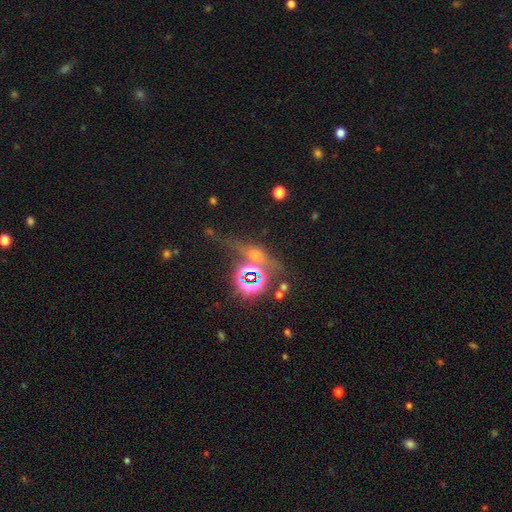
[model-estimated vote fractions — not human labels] Q: Smooth or featured?
A: star or artifact (48%); runner-up: smooth (30%)